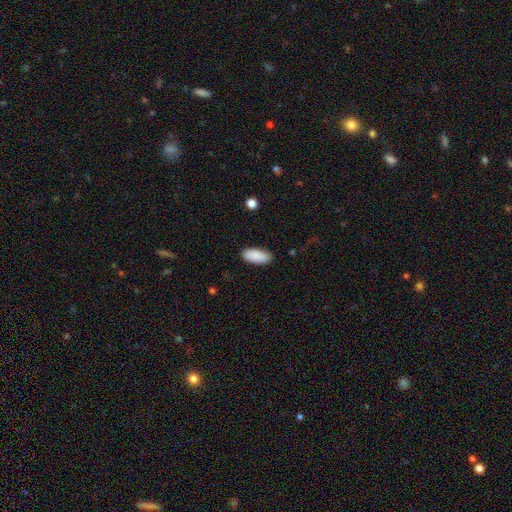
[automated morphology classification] type=smooth (90%); roundness=in between (86%); merging=none (87%).